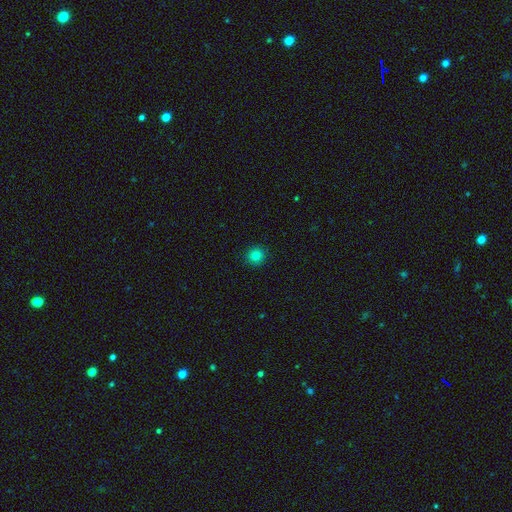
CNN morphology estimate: This appears to be a smooth galaxy with no disk features (81%) that is round (94%). Merging: none (92%).